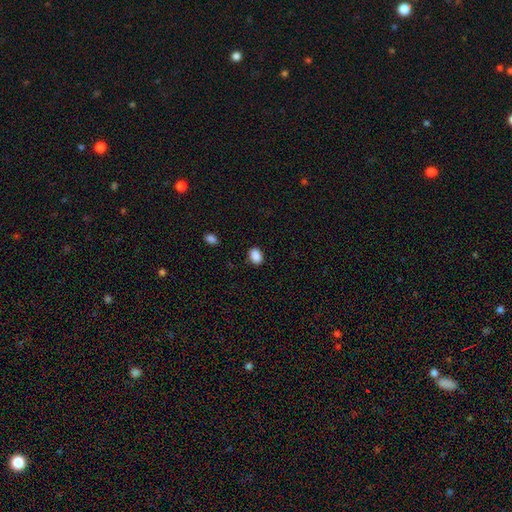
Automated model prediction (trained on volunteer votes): A smooth galaxy with no disk features (89%) that is in between round and cigar-shaped (68%). Merging: none (87%).